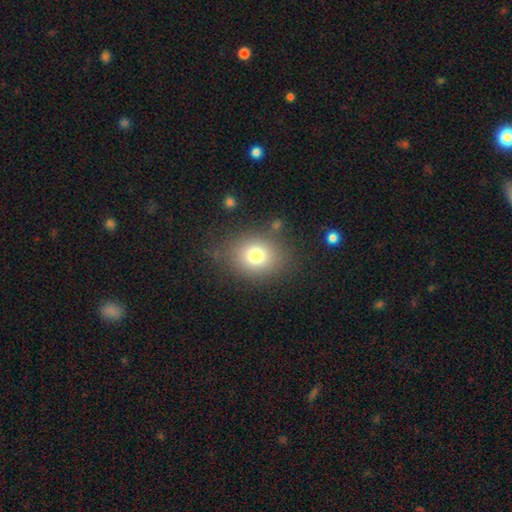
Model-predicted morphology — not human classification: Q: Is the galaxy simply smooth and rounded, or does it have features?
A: smooth — 76%.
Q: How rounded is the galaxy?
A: round — 58%.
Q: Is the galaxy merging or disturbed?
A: none — 79%.